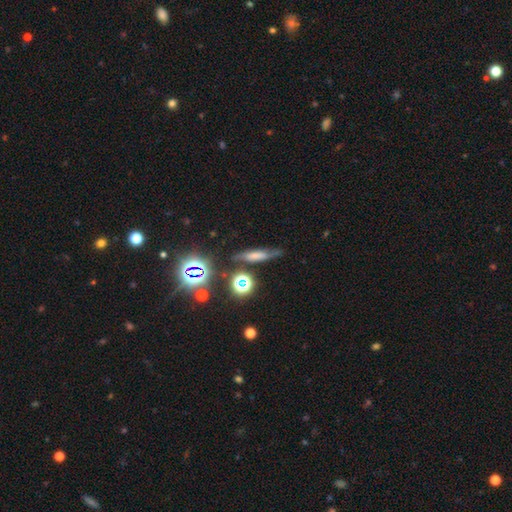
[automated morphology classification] type=smooth (51%); roundness=cigar-shaped (64%); merging=none (65%).